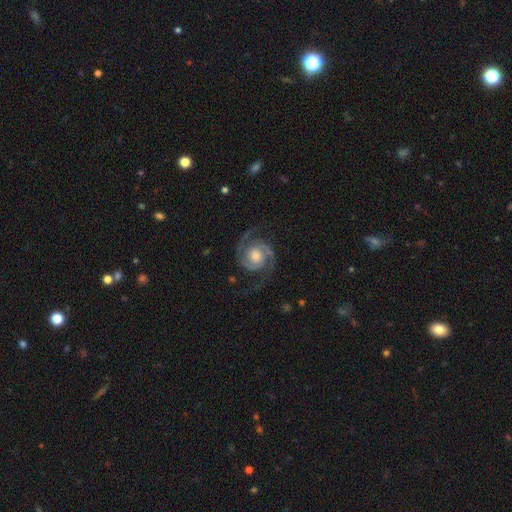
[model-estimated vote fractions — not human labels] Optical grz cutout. It shows a featured or disk galaxy (92%) with no bar (68%), 2 (94%) medium (51%) spiral arms (99%) and a moderate central bulge (58%). Merging: none (80%).